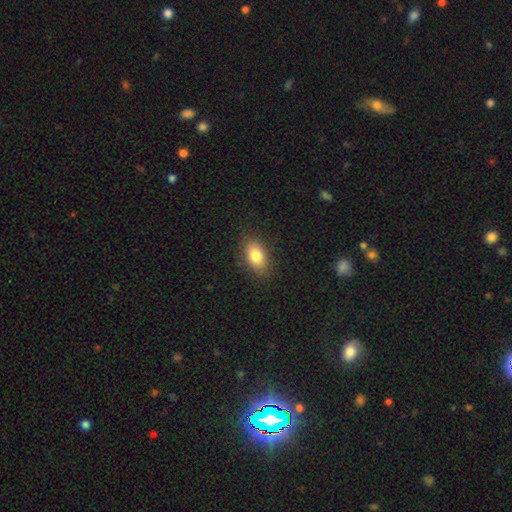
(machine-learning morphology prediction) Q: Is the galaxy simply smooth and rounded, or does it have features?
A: smooth — 82%.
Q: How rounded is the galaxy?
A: in between — 88%.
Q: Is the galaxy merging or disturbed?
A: none — 86%.